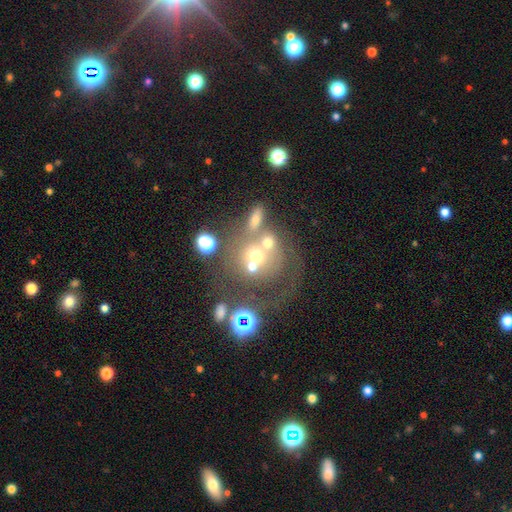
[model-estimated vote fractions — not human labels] Smooth or featured? smooth (43%)
Merging? merger (40%)